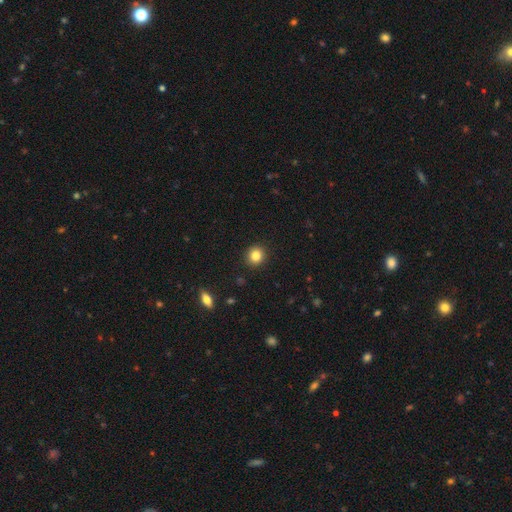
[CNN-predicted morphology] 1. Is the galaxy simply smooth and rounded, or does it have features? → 84% smooth, 11% star or artifact, 5% featured or disk.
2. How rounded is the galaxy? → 87% round, 12% in between, 1% cigar-shaped.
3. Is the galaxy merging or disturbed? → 92% none, 6% minor disturbance, 2% major disturbance, 1% merger.